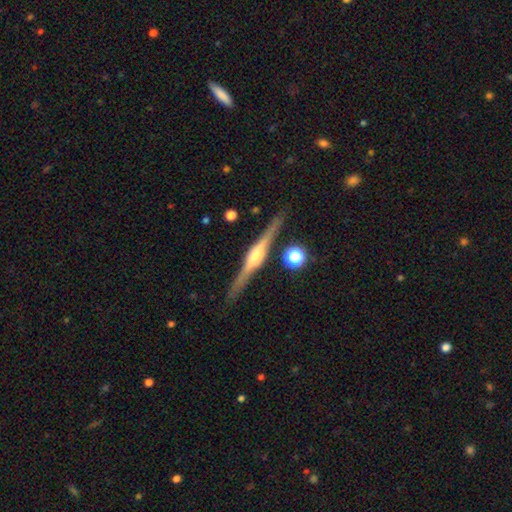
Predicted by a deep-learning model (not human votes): A featured or disk galaxy (84%) viewed edge-on (98%) with a rounded central bulge (87%).

Vote fractions:
- Smooth or featured? featured or disk: 84% / smooth: 11% / star or artifact: 5%
- Edge-on disk? yes: 98% / no: 2%
- Edge-on bulge? rounded: 87% / boxy: 10% / none: 3%
- Merging? none: 89% / minor disturbance: 7% / merger: 2% / major disturbance: 2%